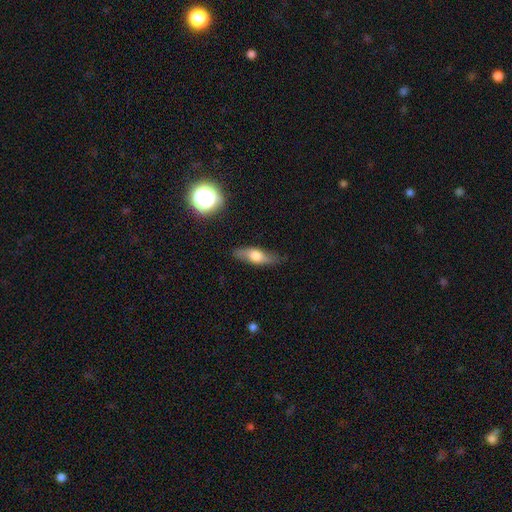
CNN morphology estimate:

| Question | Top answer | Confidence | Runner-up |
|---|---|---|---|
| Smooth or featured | smooth | 48% | featured or disk (44%) |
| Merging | none | 77% | minor disturbance (17%) |